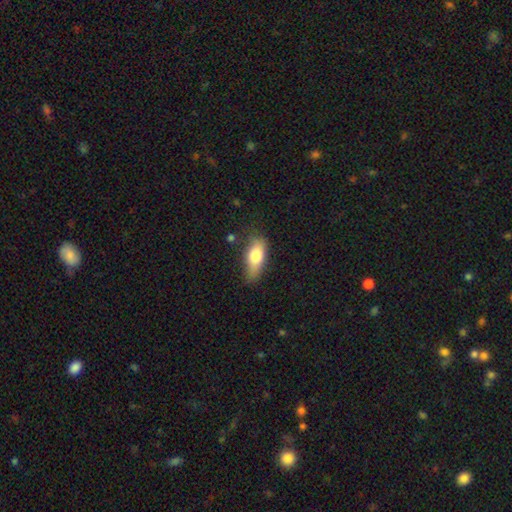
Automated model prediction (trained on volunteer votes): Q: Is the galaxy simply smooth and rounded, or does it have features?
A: smooth — 74%.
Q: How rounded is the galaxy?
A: in between — 76%.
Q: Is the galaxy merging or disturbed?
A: none — 64%.